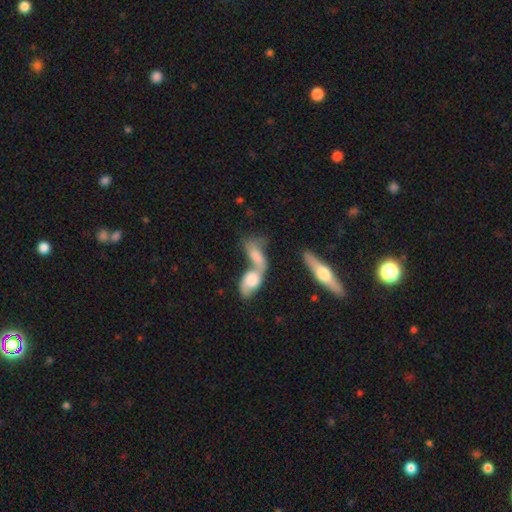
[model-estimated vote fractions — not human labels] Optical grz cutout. It shows a smooth galaxy with no disk features (51%) that is in between round and cigar-shaped (76%). Merging: merger (77%).